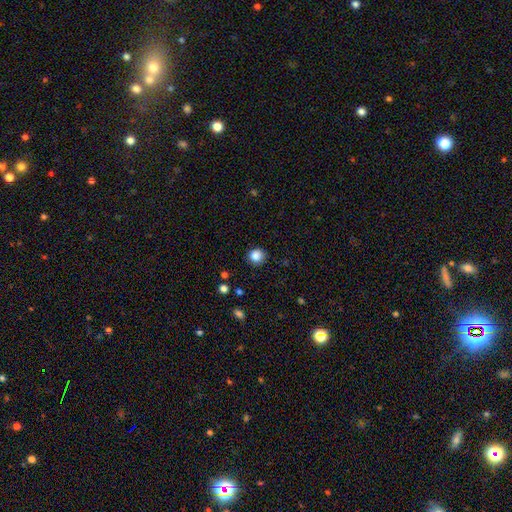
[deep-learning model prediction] smooth-or-featured: smooth: 86% | star or artifact: 10% | featured or disk: 4%
  how-rounded: round: 91% | in between: 8% | cigar-shaped: 1%
  merging: none: 90% | minor disturbance: 7% | major disturbance: 2% | merger: 1%